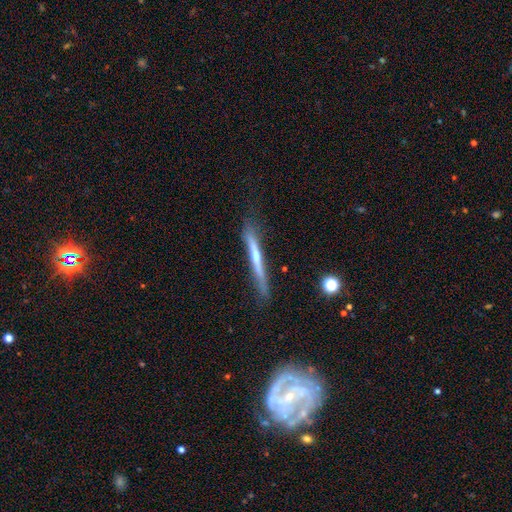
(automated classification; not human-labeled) featured or disk 67%, smooth 26%, star or artifact 6%. Down the decision tree: edge-on disk — yes (95%); edge-on bulge — rounded (68%); merging — none (76%).